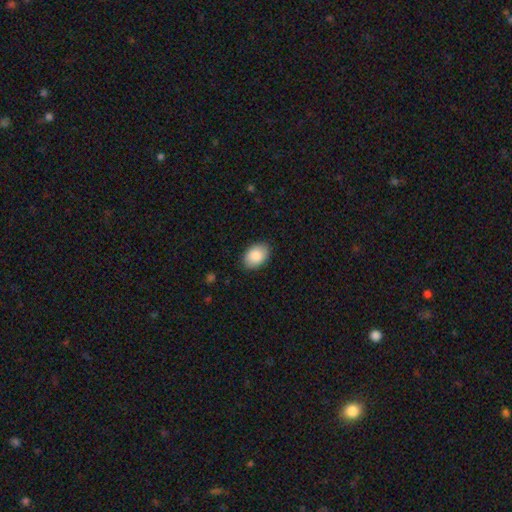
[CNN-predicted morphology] Smooth or featured?
  - smooth: 88% *
  - star or artifact: 6%
  - featured or disk: 5%
How rounded?
  - in between: 85% *
  - round: 14%
  - cigar-shaped: 1%
Merging?
  - none: 88% *
  - minor disturbance: 9%
  - major disturbance: 2%
  - merger: 1%